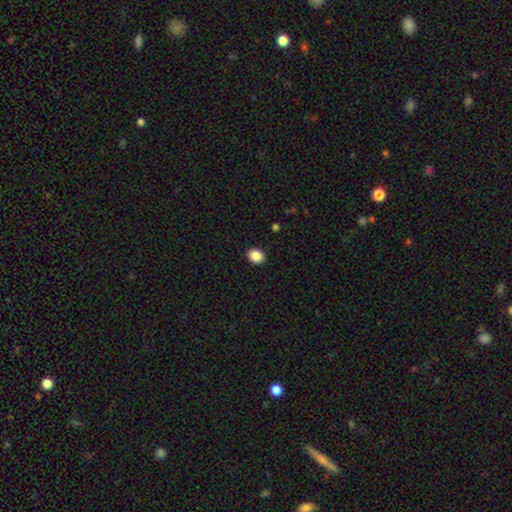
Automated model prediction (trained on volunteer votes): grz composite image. It shows a smooth galaxy with no disk features (88%) that is round (54%). Merging: none (91%).